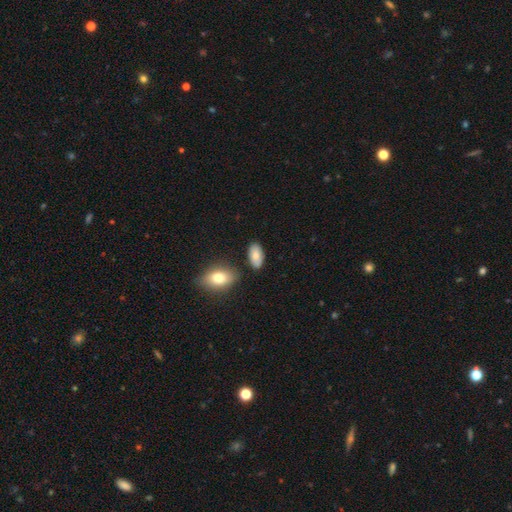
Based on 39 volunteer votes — smooth_or_featured: smooth (p=0.87) [alt: star or artifact p=0.08]
how_rounded: in between (p=1.00)
merging: none (p=0.89) [alt: merger p=0.06]